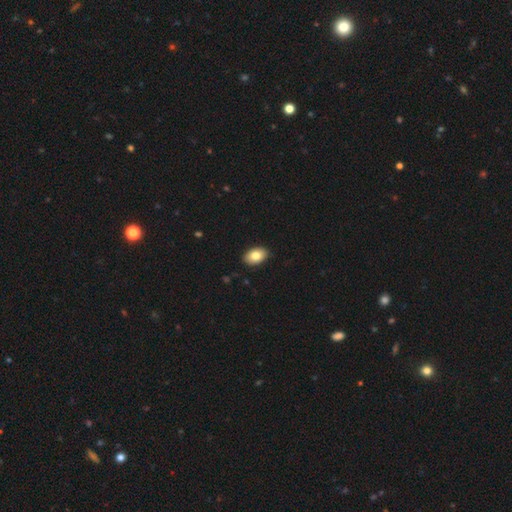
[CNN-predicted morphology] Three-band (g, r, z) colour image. It shows a smooth galaxy with no disk features (82%) that is in between round and cigar-shaped (86%). Merging: none (89%).